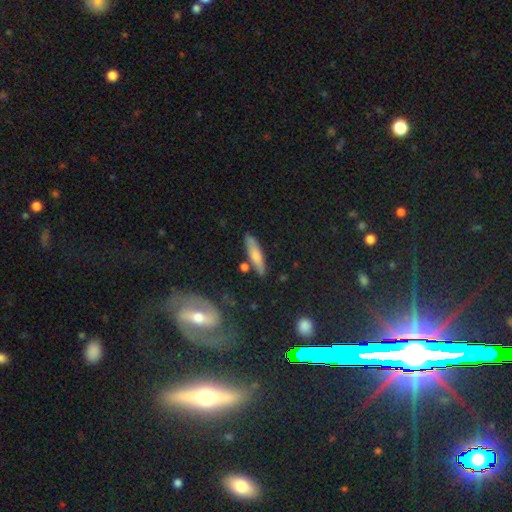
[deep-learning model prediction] smooth 70%, featured or disk 23%, star or artifact 7%. Down the decision tree: how rounded — cigar-shaped (72%); merging — none (80%).